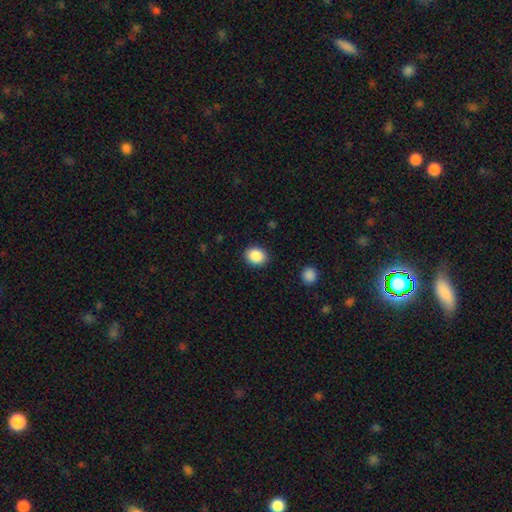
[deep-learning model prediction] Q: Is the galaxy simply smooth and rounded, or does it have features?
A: smooth — 88%.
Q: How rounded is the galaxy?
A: round — 56%.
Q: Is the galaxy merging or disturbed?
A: none — 89%.